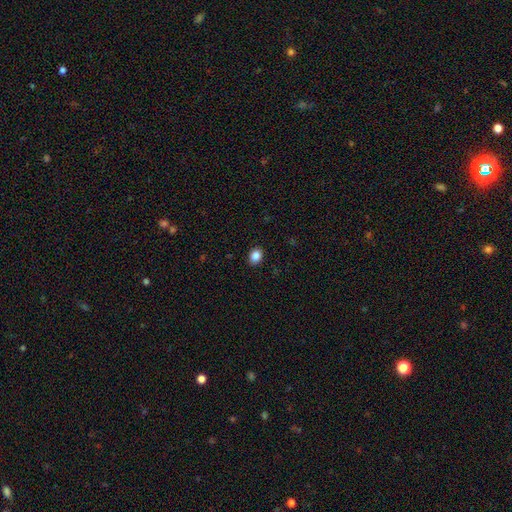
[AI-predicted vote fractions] This is clearly a smooth galaxy (87%). How rounded: possibly in between (58%). Merging: clearly none (90%).